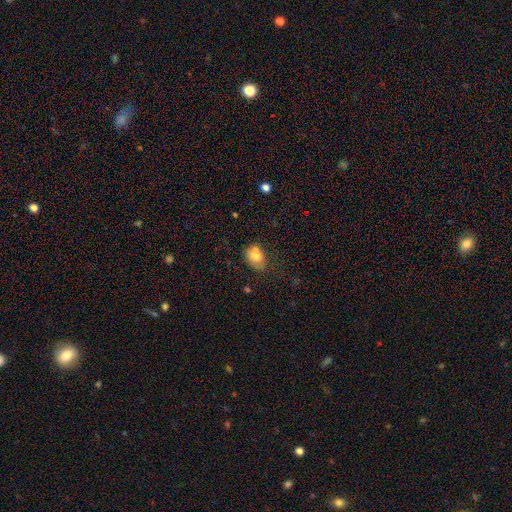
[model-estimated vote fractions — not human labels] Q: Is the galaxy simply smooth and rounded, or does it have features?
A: smooth — 74%.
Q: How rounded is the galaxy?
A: in between — 72%.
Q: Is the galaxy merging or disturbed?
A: none — 52%.